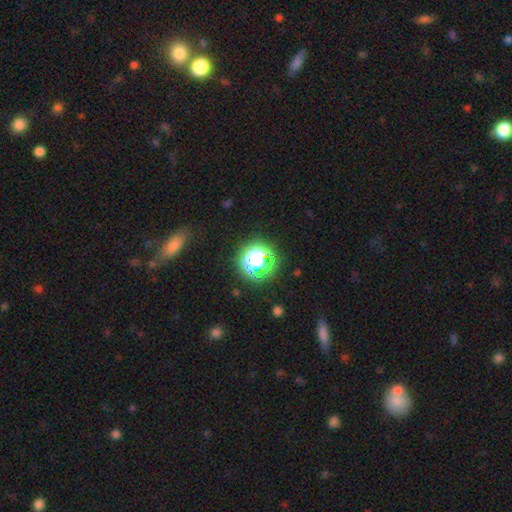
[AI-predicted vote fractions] Smooth or featured? star or artifact (59%)